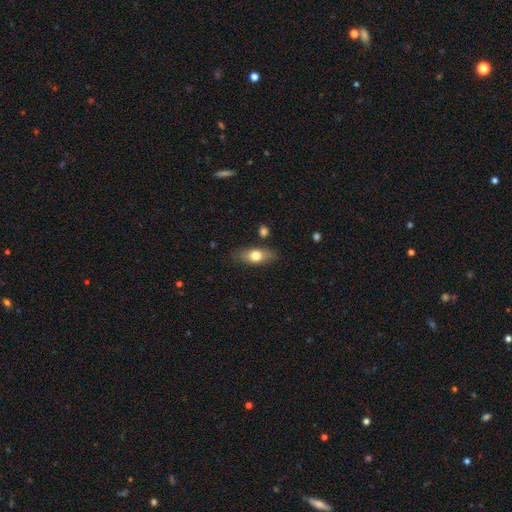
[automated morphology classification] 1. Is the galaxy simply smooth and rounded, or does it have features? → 71% smooth, 22% featured or disk, 7% star or artifact.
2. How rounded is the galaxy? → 77% in between, 16% cigar-shaped, 8% round.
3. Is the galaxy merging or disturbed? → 79% none, 14% minor disturbance, 4% major disturbance, 3% merger.